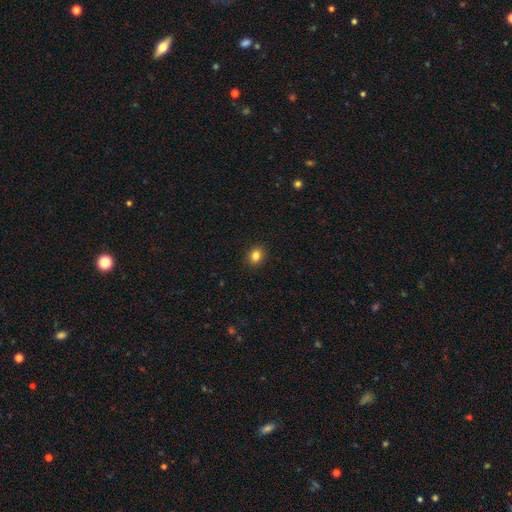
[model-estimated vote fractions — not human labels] Overall: smooth (84%). How rounded: round (53%; in between 46%). Merging: none (91%).